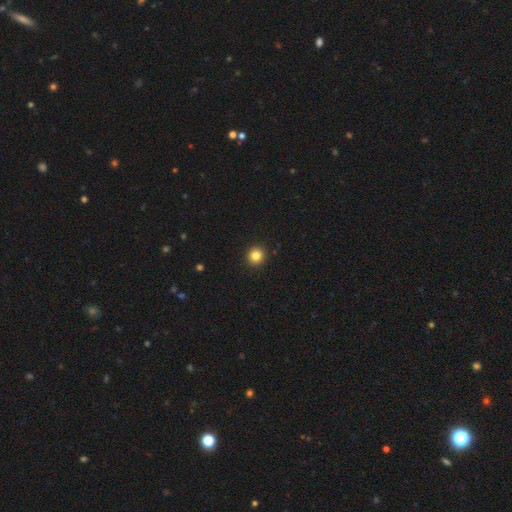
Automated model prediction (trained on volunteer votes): Smooth or featured: smooth — 84% (star or artifact — 11%)
How rounded: round — 93% (in between — 6%)
Merging: none — 93% (minor disturbance — 5%)